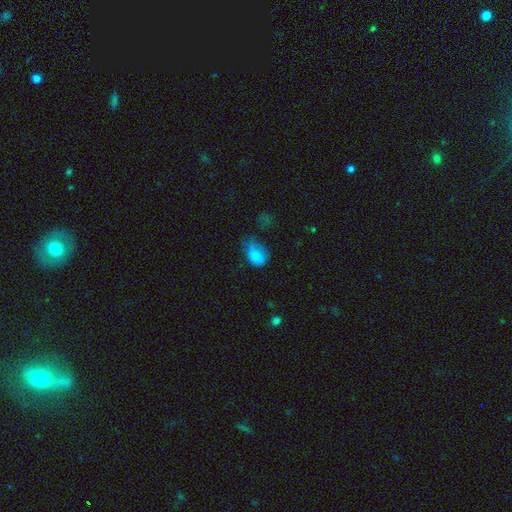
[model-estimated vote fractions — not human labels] Smooth or featured? Predicted: smooth (p=0.81). How rounded? Predicted: in between (p=0.76). Merging? Predicted: minor disturbance (p=0.37).